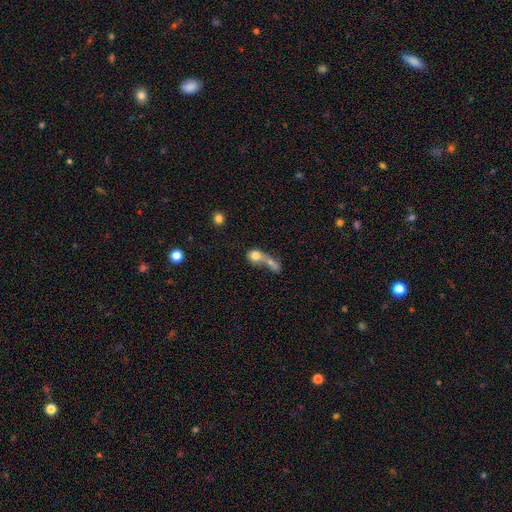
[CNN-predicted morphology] Smooth or featured?
  - smooth: 70% *
  - featured or disk: 20%
  - star or artifact: 10%
How rounded?
  - round: 56% *
  - in between: 37%
  - cigar-shaped: 6%
Merging?
  - merger: 68% *
  - none: 16%
  - major disturbance: 10%
  - minor disturbance: 7%